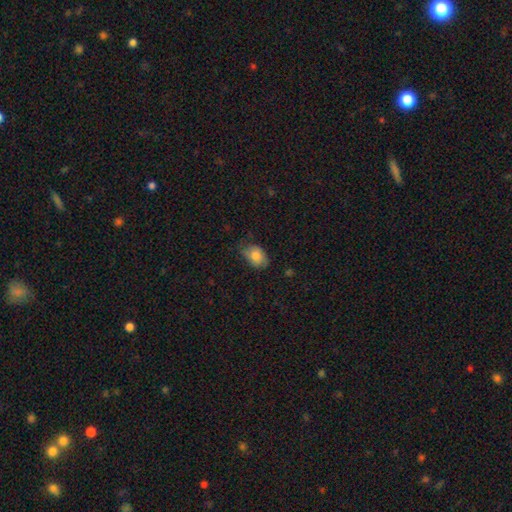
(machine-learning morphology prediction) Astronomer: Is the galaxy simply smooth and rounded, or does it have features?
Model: smooth — 80%.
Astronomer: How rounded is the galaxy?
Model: in between — 83%.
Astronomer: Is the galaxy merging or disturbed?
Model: none — 57% (runner-up: minor disturbance, 33%).